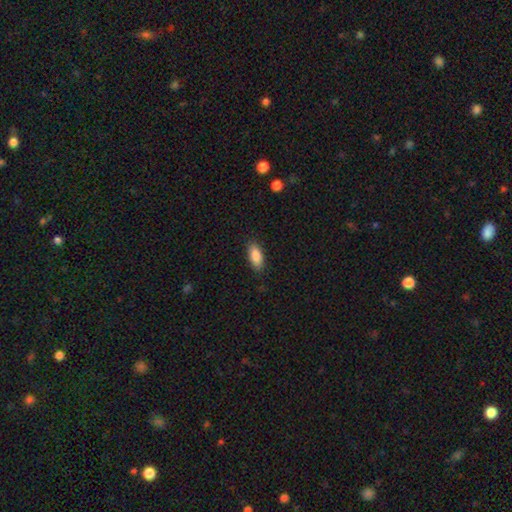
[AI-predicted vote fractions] smooth_or_featured: smooth (p=0.87) [alt: featured or disk p=0.07]
how_rounded: in between (p=0.84) [alt: cigar-shaped p=0.14]
merging: none (p=0.86) [alt: minor disturbance p=0.11]